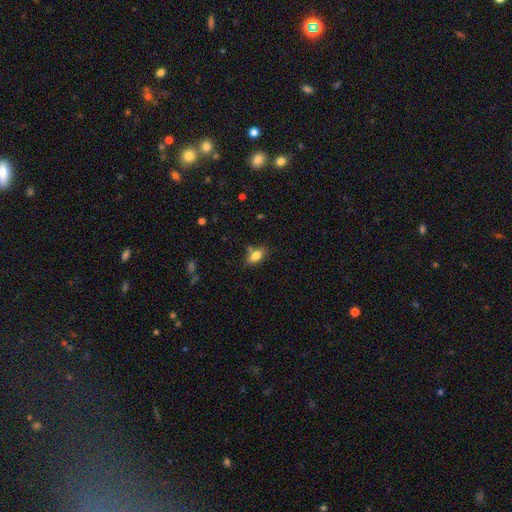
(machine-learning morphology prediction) type=smooth (81%); roundness=in between (88%); merging=none (74%).